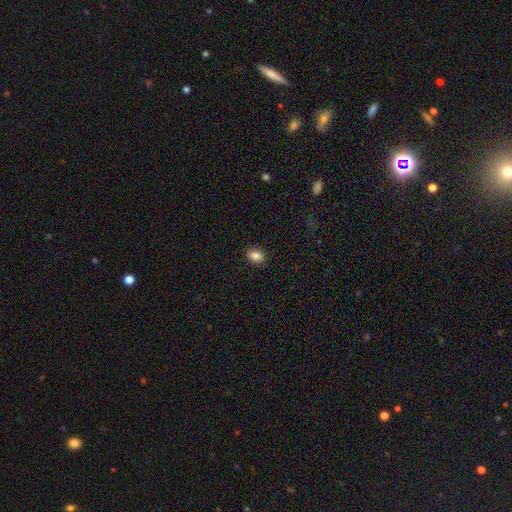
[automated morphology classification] A smooth galaxy with no disk features (85%) that is in between round and cigar-shaped (67%).

Vote fractions:
- Smooth or featured? smooth: 85% / star or artifact: 9% / featured or disk: 5%
- How rounded? in between: 67% / round: 32% / cigar-shaped: 1%
- Merging? none: 88% / minor disturbance: 9% / major disturbance: 2% / merger: 1%